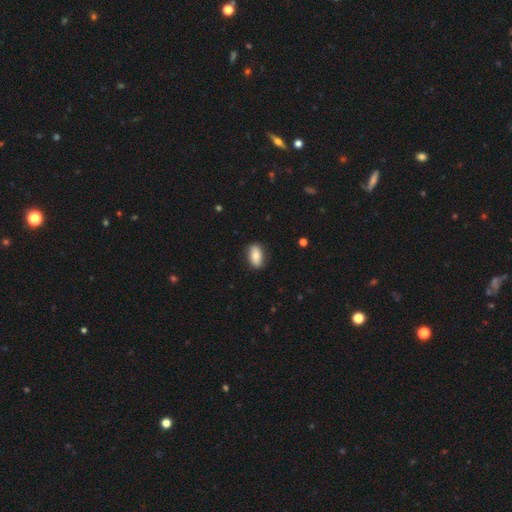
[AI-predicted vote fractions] The model was most divided on "smooth or featured": smooth: 78%, featured or disk: 15%, star or artifact: 7%. More confident: how rounded — in between (89%); merging — none (85%).